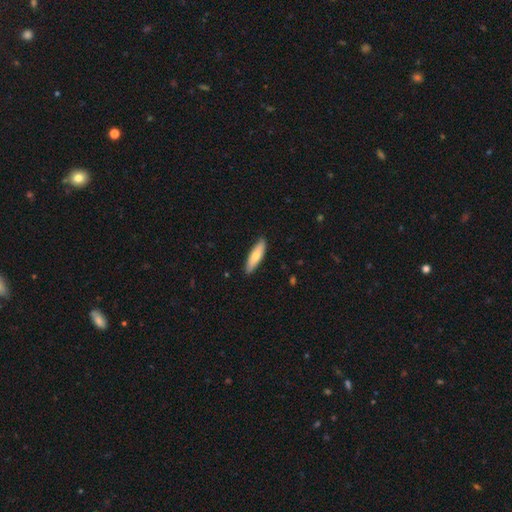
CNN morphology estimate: Smooth or featured: smooth — 70% (featured or disk — 25%)
How rounded: cigar-shaped — 60% (in between — 38%)
Merging: none — 89% (minor disturbance — 8%)